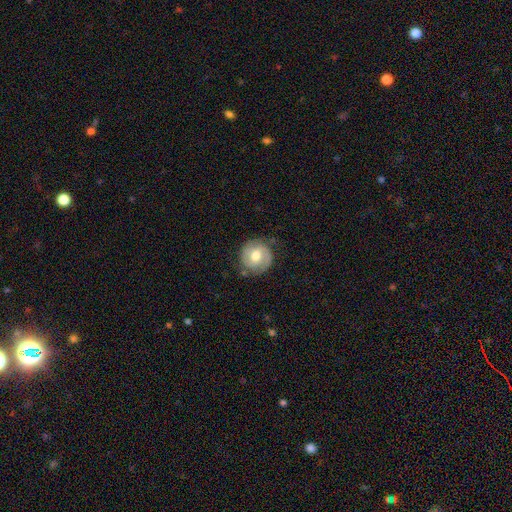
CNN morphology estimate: Overall: featured or disk (52%; smooth 42%). Edge-on disk: no (97%). Bar: no (44%; weak 43%). Spiral arms: yes (77%). Bulge size: moderate (73%). Merging: none (77%).